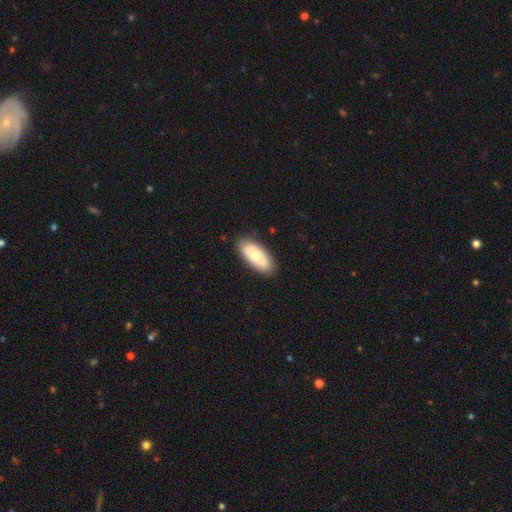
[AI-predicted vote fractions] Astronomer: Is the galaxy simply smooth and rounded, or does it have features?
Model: smooth — 70%.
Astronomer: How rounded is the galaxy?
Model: in between — 87%.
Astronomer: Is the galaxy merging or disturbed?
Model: none — 84%.